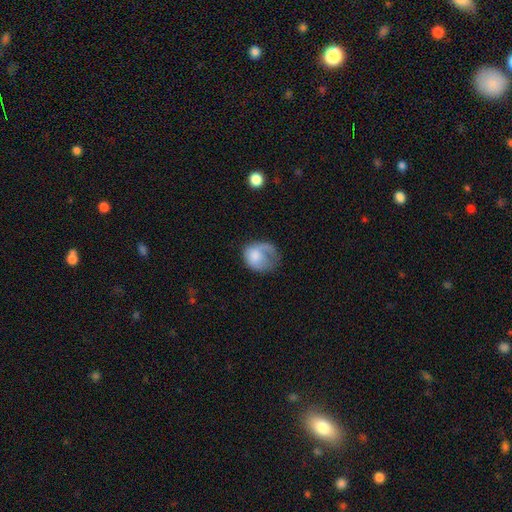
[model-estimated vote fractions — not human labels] The model was most divided on "how rounded": round: 53%, in between: 46%, cigar-shaped: 1%. Remaining: smooth or featured — smooth (63%); merging — major disturbance (44%).